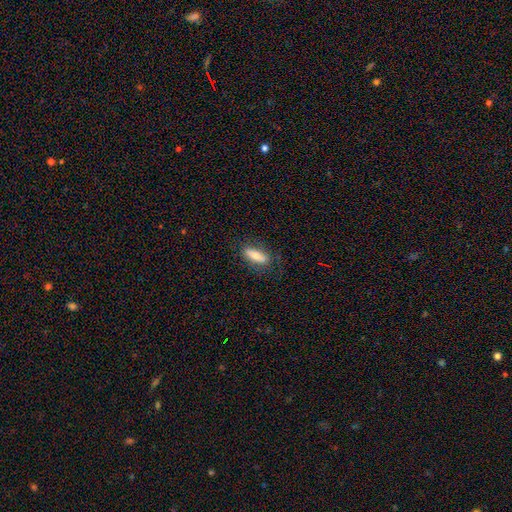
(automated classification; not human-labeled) This is likely a smooth galaxy (71%). How rounded: likely in between (64%). Merging: likely none (78%).